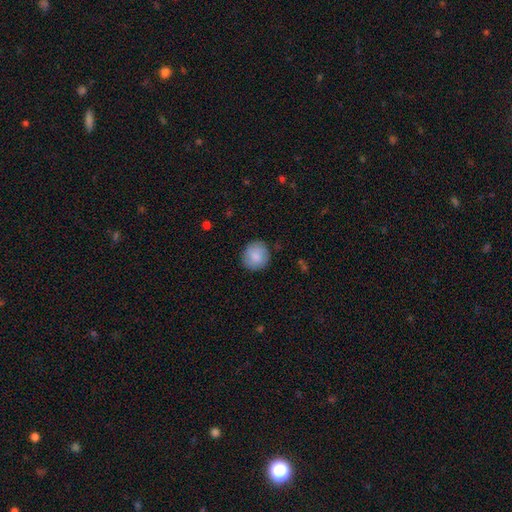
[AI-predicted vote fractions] This appears to be a smooth galaxy with no disk features (84%) that is round (89%). Merging: none (86%).